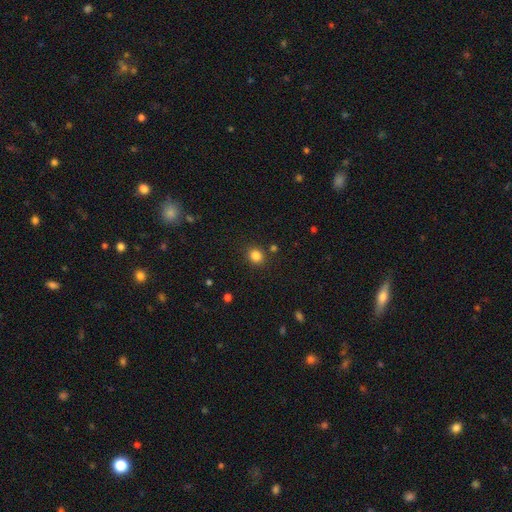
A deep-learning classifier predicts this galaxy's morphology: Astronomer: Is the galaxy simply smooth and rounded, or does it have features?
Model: smooth — 83%.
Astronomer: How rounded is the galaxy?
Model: round — 76%.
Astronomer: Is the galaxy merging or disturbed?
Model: none — 85%.